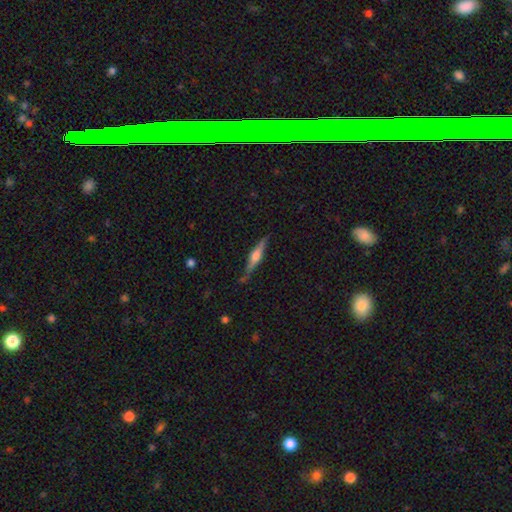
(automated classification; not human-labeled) featured or disk 67%, smooth 27%, star or artifact 6%. Down the decision tree: edge-on disk — yes (97%); edge-on bulge — rounded (83%); merging — none (79%).